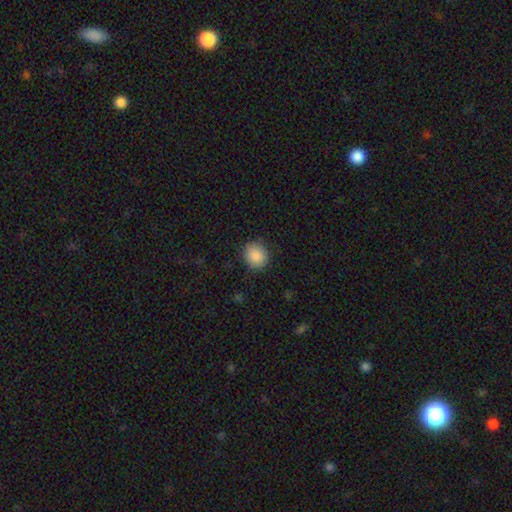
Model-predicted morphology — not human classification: Smooth or featured? Predicted: smooth (p=0.88). How rounded? Predicted: round (p=0.77). Merging? Predicted: none (p=0.85).